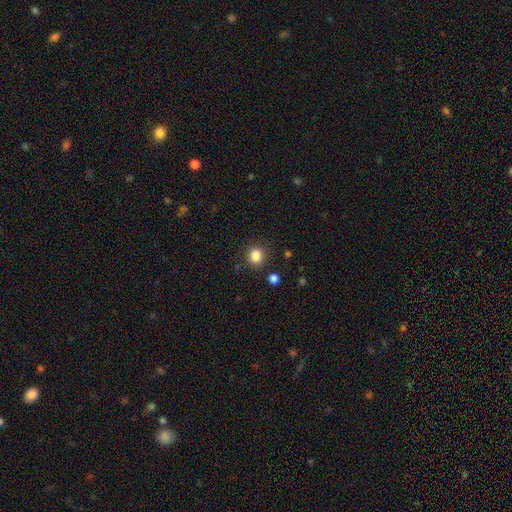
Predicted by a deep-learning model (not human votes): smooth 85%, star or artifact 11%, featured or disk 4%. Down the decision tree: how rounded — round (82%); merging — none (87%).